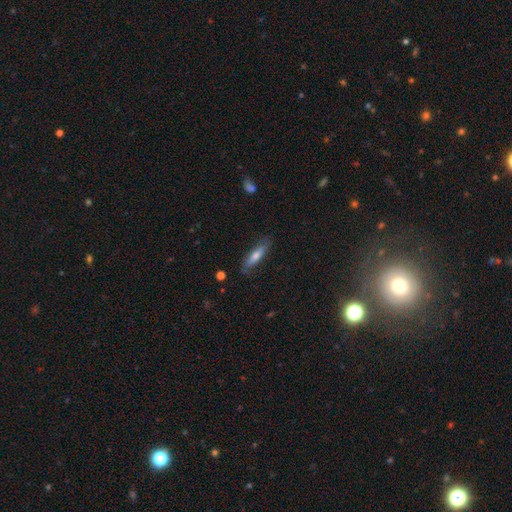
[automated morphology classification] Overall: smooth (61%; featured or disk 33%). How rounded: cigar-shaped (72%). Merging: none (80%).